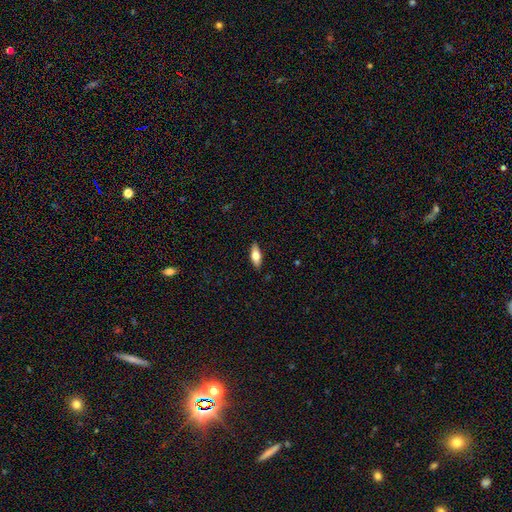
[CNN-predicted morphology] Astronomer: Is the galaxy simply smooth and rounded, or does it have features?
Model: smooth — 61%.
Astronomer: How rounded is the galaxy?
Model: in between — 70%.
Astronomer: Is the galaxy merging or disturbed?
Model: none — 88%.